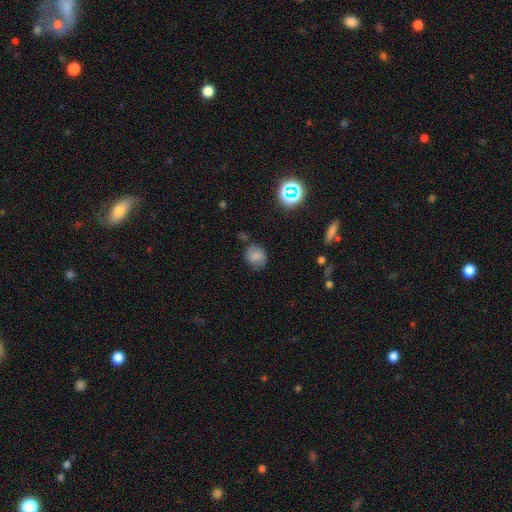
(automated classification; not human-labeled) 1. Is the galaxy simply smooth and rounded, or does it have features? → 76% smooth, 14% star or artifact, 10% featured or disk.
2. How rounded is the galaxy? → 73% round, 25% in between, 1% cigar-shaped.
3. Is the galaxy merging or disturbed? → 74% none, 18% minor disturbance, 5% major disturbance, 4% merger.